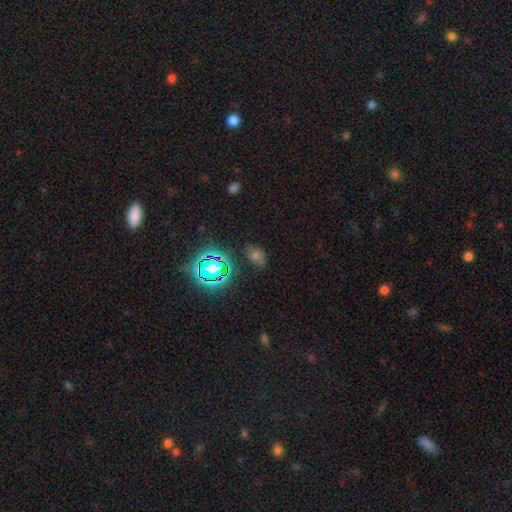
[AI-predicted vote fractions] Overall: star or artifact (48%; smooth 34%).